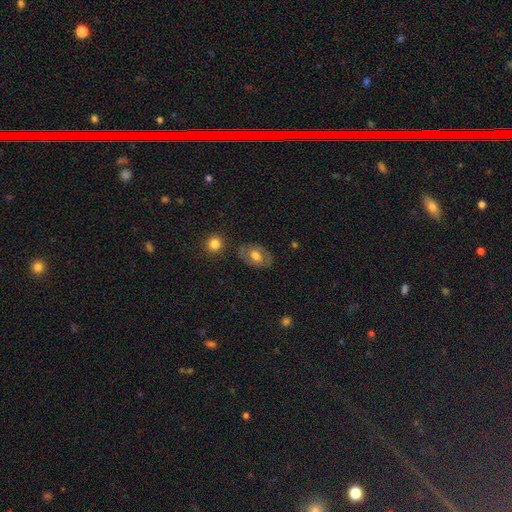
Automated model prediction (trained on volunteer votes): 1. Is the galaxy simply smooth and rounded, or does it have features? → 50% smooth, 43% featured or disk, 7% star or artifact.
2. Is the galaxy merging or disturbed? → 77% none, 15% minor disturbance, 5% major disturbance, 3% merger.